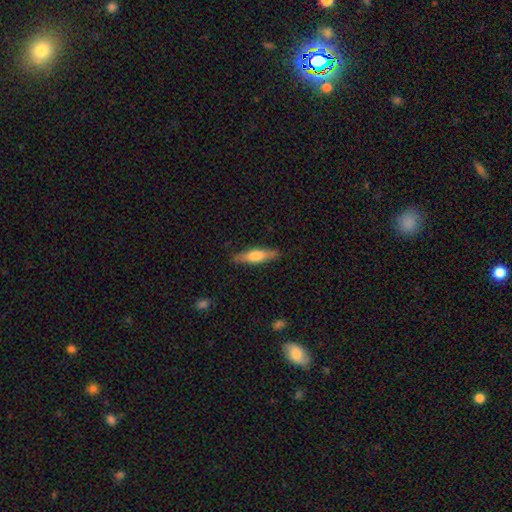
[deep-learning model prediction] Q: Smooth or featured?
A: smooth (59%); runner-up: featured or disk (36%)
Q: How rounded?
A: cigar-shaped (72%); runner-up: in between (26%)
Q: Merging?
A: none (87%); runner-up: minor disturbance (10%)